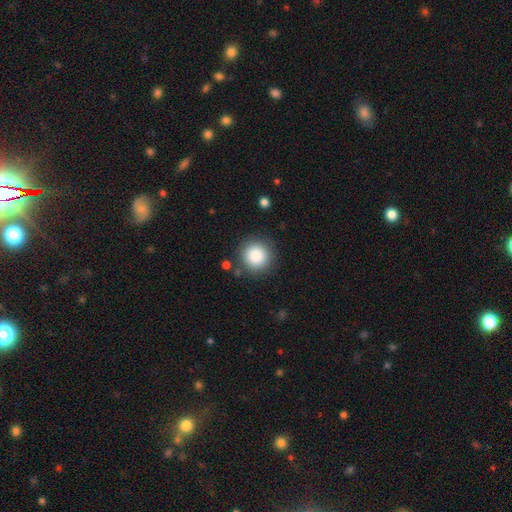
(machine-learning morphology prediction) smooth-or-featured: smooth: 87% | star or artifact: 9% | featured or disk: 4%
  how-rounded: round: 95% | in between: 4% | cigar-shaped: 1%
  merging: none: 87% | minor disturbance: 8% | major disturbance: 3% | merger: 2%